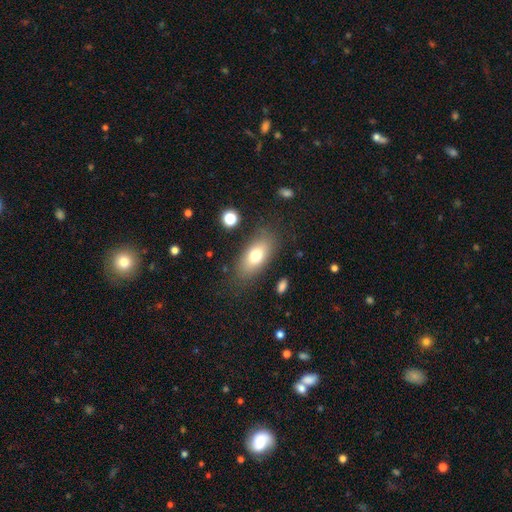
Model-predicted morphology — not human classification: smooth 74%, featured or disk 17%, star or artifact 9%. Down the decision tree: how rounded — in between (86%); merging — none (80%).